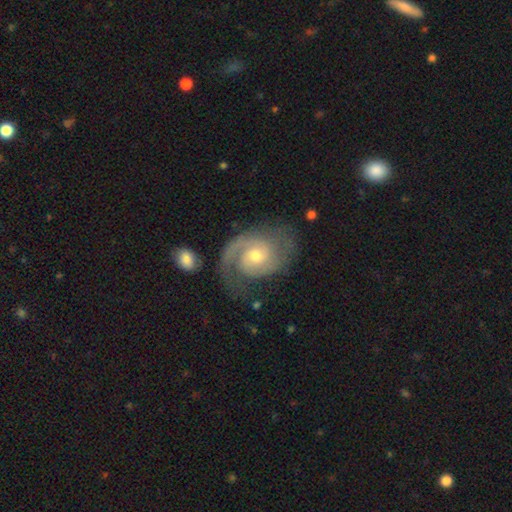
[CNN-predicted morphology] Smooth or featured: featured or disk — 87% (smooth — 8%)
Edge-on disk: no — 97% (yes — 3%)
Bar: no — 65% (weak — 30%)
Spiral arms: yes — 97% (no — 3%)
Spiral winding: medium — 45% (tight — 41%)
Spiral arm count: 2 — 67% (1 — 17%)
Bulge size: moderate — 56% (small — 38%)
Merging: none — 66% (minor disturbance — 19%)